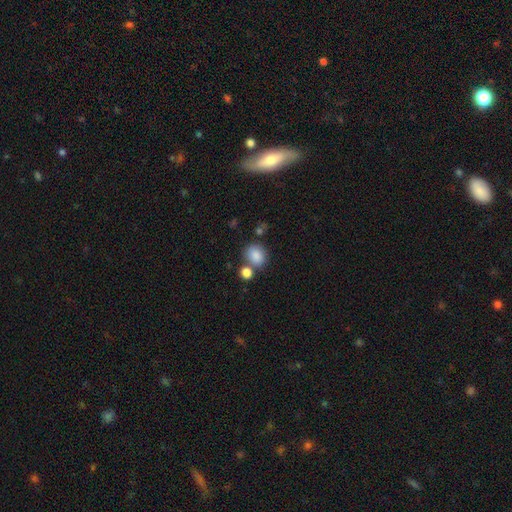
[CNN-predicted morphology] type=smooth (84%); roundness=round (56%); merging=none (61%).